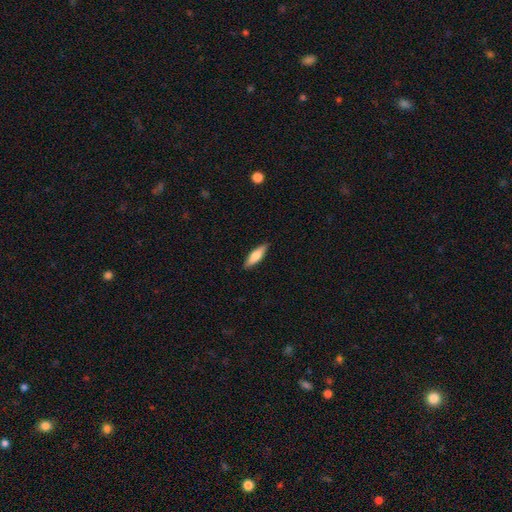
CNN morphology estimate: Q: Smooth or featured?
A: smooth (72%); runner-up: featured or disk (22%)
Q: How rounded?
A: cigar-shaped (60%); runner-up: in between (39%)
Q: Merging?
A: none (88%); runner-up: minor disturbance (9%)